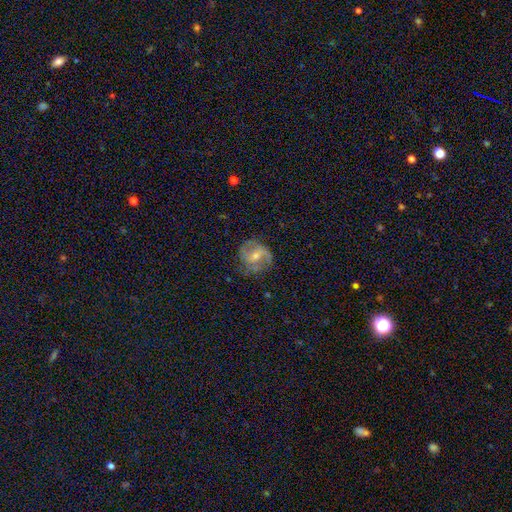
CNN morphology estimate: A featured or disk galaxy (70%) with a weak bar (44%), 2 (61%) medium (47%) spiral arms (89%) and a moderate central bulge (49%).

Vote fractions:
- Smooth or featured? featured or disk: 70% / smooth: 19% / star or artifact: 11%
- Edge-on disk? no: 97% / yes: 3%
- Bar? weak: 44% / no: 39% / strong: 17%
- Spiral arms? yes: 89% / no: 11%
- Spiral winding? medium: 47% / tight: 28% / loose: 25%
- Spiral arm count? 2: 61% / can't tell: 16% / 3: 13% / 1: 4% / 4: 3% / more than 4: 3%
- Bulge size? moderate: 49% / small: 46% / none: 2% / large: 2% / dominant: 1%
- Merging? none: 75% / minor disturbance: 17% / major disturbance: 7% / merger: 1%